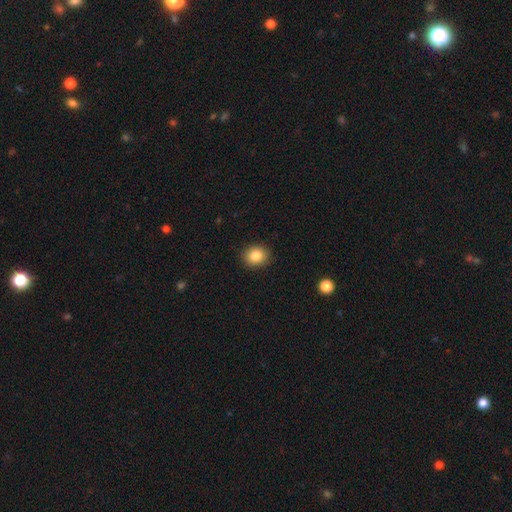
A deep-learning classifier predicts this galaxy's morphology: smooth-or-featured: smooth: 85% | star or artifact: 9% | featured or disk: 6%
  how-rounded: round: 67% | in between: 32% | cigar-shaped: 1%
  merging: none: 90% | minor disturbance: 7% | major disturbance: 2% | merger: 1%